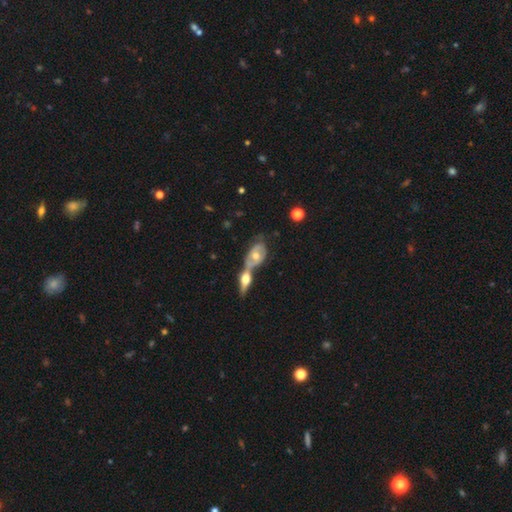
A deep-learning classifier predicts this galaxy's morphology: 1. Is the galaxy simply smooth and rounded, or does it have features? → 60% featured or disk, 34% smooth, 6% star or artifact.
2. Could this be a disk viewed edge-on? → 76% no, 24% yes.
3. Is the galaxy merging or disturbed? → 56% merger, 27% none, 12% minor disturbance, 5% major disturbance.